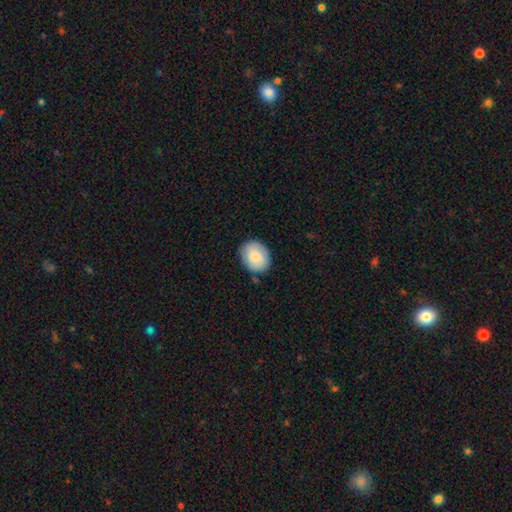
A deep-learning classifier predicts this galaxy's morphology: This appears to be a smooth galaxy with no disk features (78%) that is round (51%). Merging: none (83%).